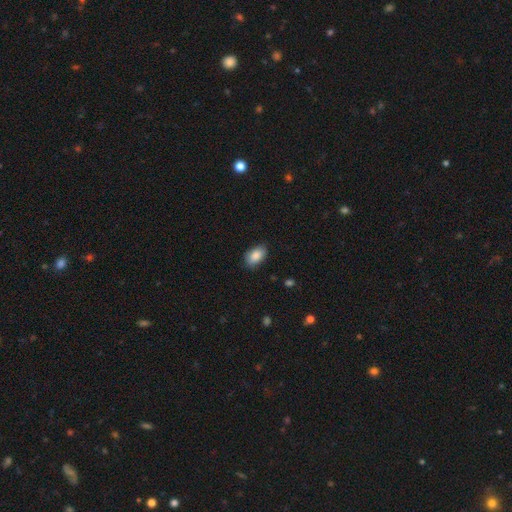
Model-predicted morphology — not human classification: Overall: smooth (87%). How rounded: in between (91%). Merging: none (83%).